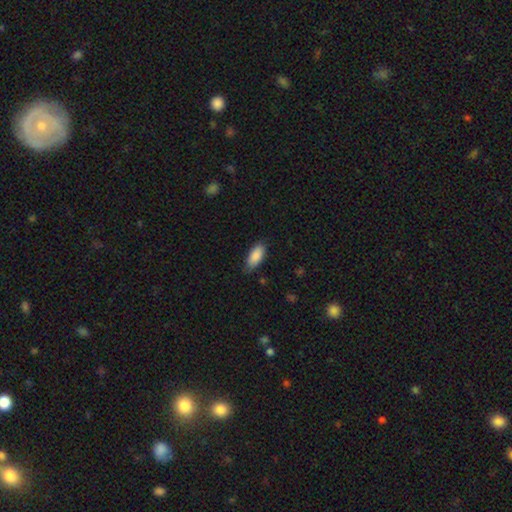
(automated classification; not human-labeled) Smooth or featured: smooth — 89% (star or artifact — 6%)
How rounded: in between — 87% (cigar-shaped — 12%)
Merging: none — 79% (minor disturbance — 17%)